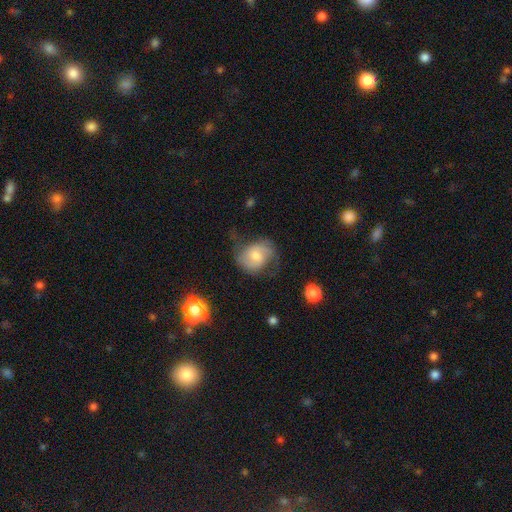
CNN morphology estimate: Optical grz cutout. It shows a featured or disk galaxy (56%) with no bar (47%), spiral arms (85%) and a moderate central bulge (59%). Merging: none (55%).